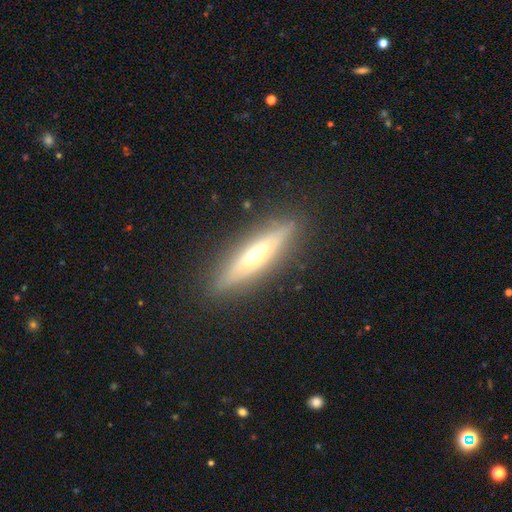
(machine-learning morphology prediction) Smooth or featured?
  - featured or disk: 62% *
  - smooth: 31%
  - star or artifact: 7%
Edge-on disk?
  - yes: 89% *
  - no: 11%
Edge-on bulge?
  - rounded: 83% *
  - none: 10%
  - boxy: 6%
Merging?
  - none: 88% *
  - minor disturbance: 9%
  - major disturbance: 2%
  - merger: 1%